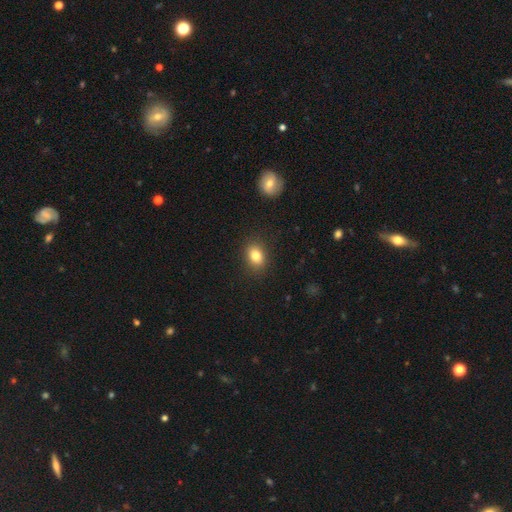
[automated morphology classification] Smooth or featured: smooth — 83% (star or artifact — 10%)
How rounded: in between — 67% (round — 32%)
Merging: none — 87% (minor disturbance — 9%)